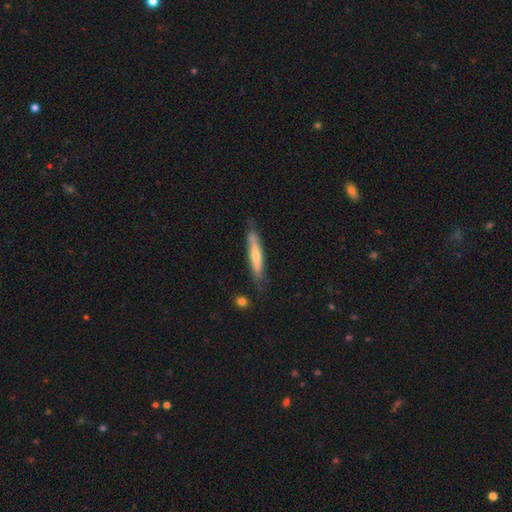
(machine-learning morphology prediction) Q: Smooth or featured?
A: smooth (50%); runner-up: featured or disk (45%)
Q: Merging?
A: none (72%); runner-up: minor disturbance (20%)